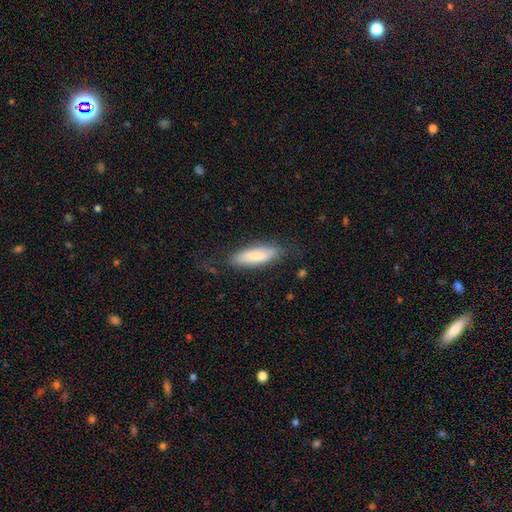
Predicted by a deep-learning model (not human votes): Smooth or featured? smooth (77%)
How rounded? in between (53%)
Merging? none (70%)